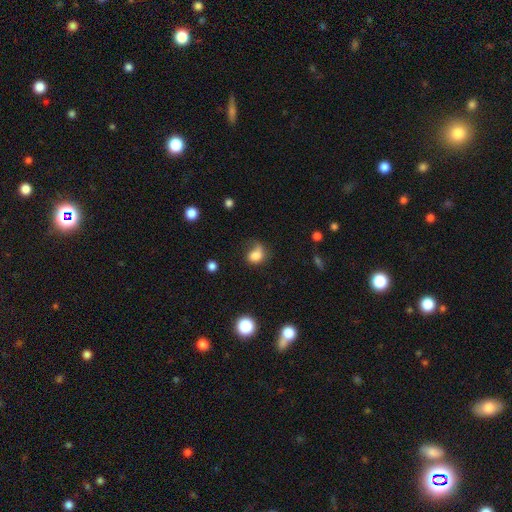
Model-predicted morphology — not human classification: smooth 75%, featured or disk 14%, star or artifact 11%. Down the decision tree: how rounded — round (52%); merging — none (37%).